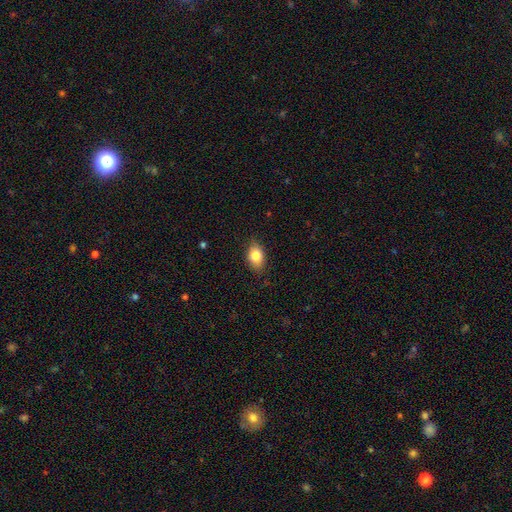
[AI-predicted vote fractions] Overall: smooth (82%). How rounded: in between (79%). Merging: none (80%).